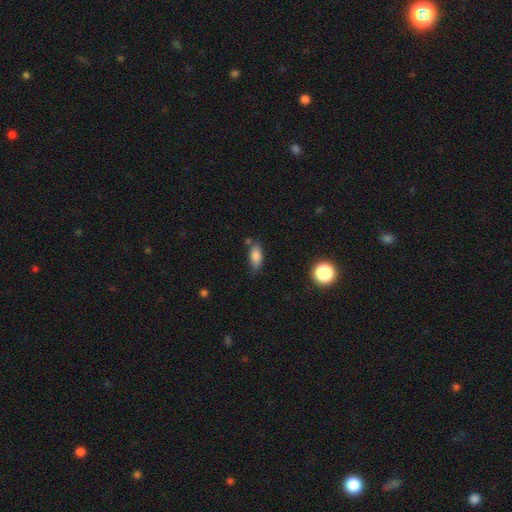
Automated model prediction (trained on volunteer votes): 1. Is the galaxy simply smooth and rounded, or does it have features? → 83% smooth, 9% star or artifact, 8% featured or disk.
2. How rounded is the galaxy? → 83% in between, 12% cigar-shaped, 5% round.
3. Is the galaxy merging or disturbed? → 66% none, 22% minor disturbance, 8% merger, 5% major disturbance.